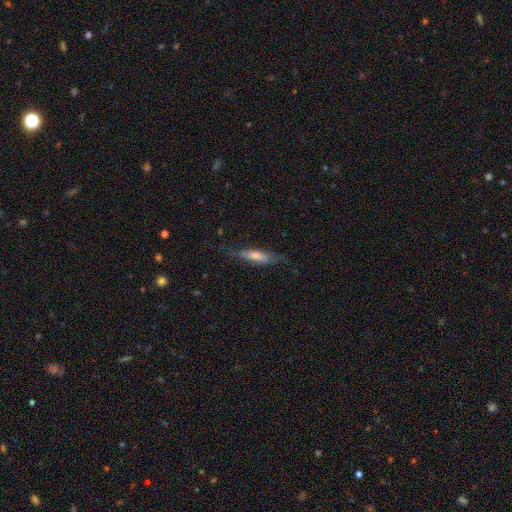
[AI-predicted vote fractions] A featured or disk galaxy (51%) viewed edge-on (70%). Merging: none (67%).